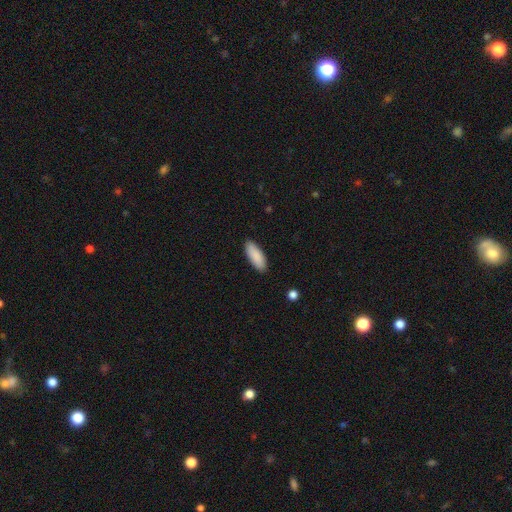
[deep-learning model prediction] smooth 90%, star or artifact 6%, featured or disk 5%. Down the decision tree: how rounded — in between (73%); merging — none (89%).